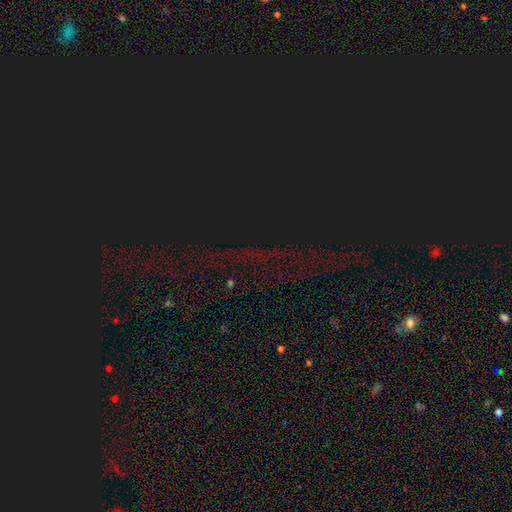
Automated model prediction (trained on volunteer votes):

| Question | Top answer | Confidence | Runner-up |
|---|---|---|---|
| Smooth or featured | star or artifact | 84% | smooth (10%) |